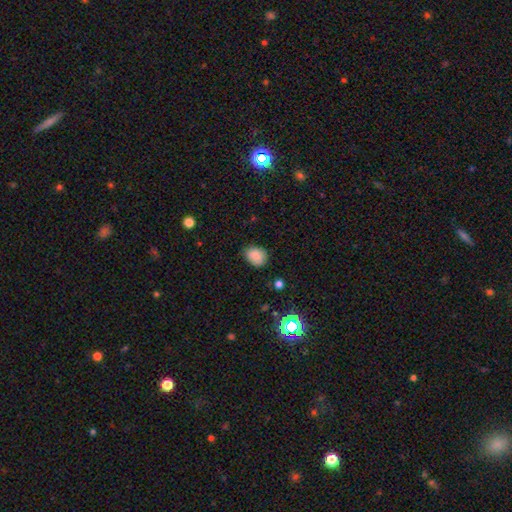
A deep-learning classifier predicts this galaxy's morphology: smooth 84%, star or artifact 10%, featured or disk 5%. Down the decision tree: how rounded — in between (63%); merging — none (75%).